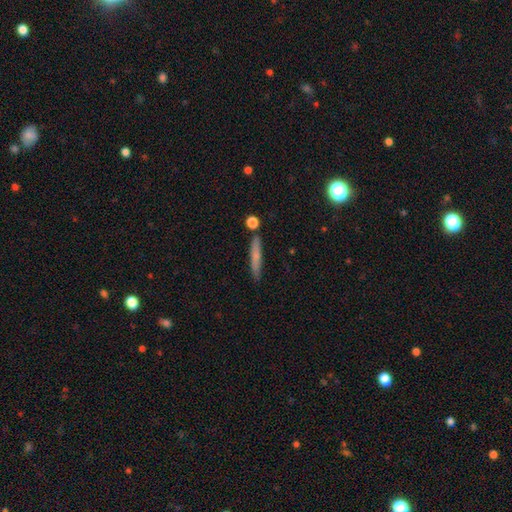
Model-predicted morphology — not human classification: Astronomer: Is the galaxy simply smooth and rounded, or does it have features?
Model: smooth — 67%.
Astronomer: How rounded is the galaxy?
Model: cigar-shaped — 91%.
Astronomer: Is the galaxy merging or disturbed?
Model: none — 82%.